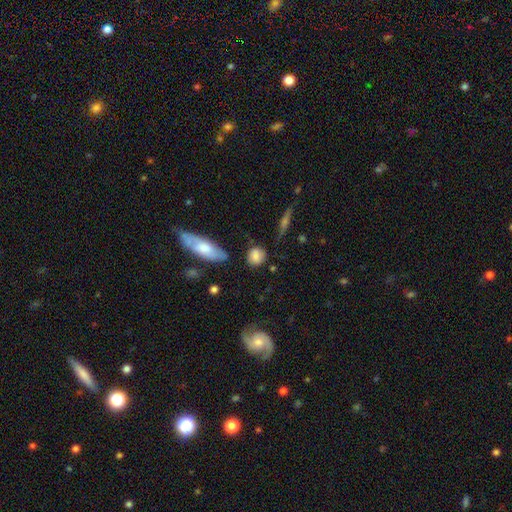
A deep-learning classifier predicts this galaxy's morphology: type=smooth (82%); roundness=round (74%); merging=none (74%).